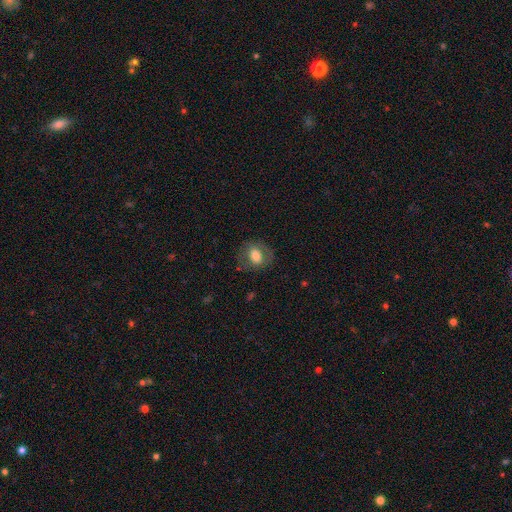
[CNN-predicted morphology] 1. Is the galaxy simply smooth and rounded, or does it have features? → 65% smooth, 27% featured or disk, 8% star or artifact.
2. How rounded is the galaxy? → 51% in between, 48% round, 1% cigar-shaped.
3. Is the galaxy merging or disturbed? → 73% none, 16% minor disturbance, 10% major disturbance, 1% merger.